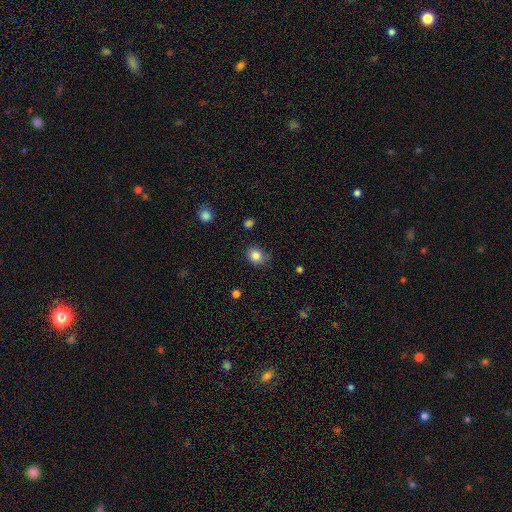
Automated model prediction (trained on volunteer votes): smooth_or_featured: smooth (p=0.83) [alt: star or artifact p=0.10]
how_rounded: round (p=0.61) [alt: in between p=0.38]
merging: none (p=0.71) [alt: minor disturbance p=0.22]